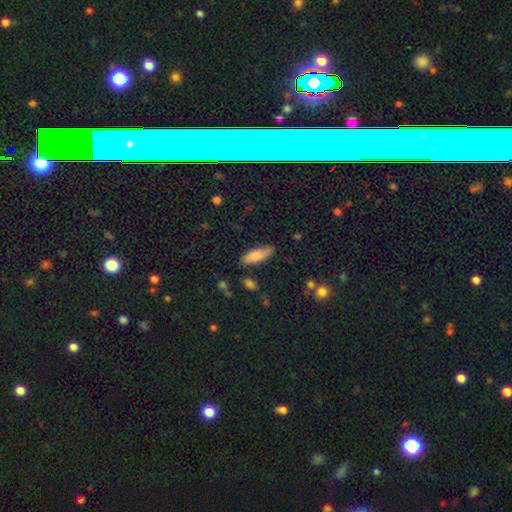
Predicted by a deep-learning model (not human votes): smooth 81%, featured or disk 12%, star or artifact 7%. Down the decision tree: how rounded — in between (59%); merging — none (75%).